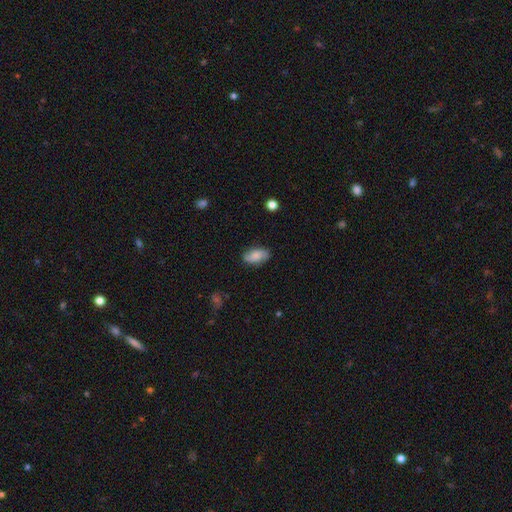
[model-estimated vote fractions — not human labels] This appears to be a smooth galaxy with no disk features (59%) that is in between round and cigar-shaped (91%). Merging: none (78%).